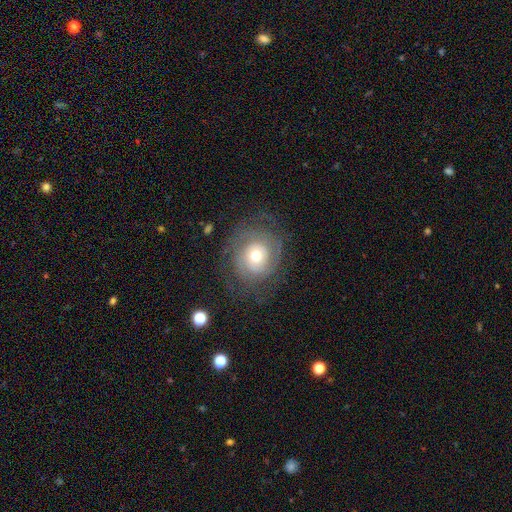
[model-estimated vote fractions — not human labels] Smooth or featured? Predicted: featured or disk (p=0.61). Edge-on disk? Predicted: no (p=0.97). Bar? Predicted: no (p=0.82). Spiral arms? Predicted: yes (p=0.77). Bulge size? Predicted: moderate (p=0.67). Merging? Predicted: none (p=0.71).